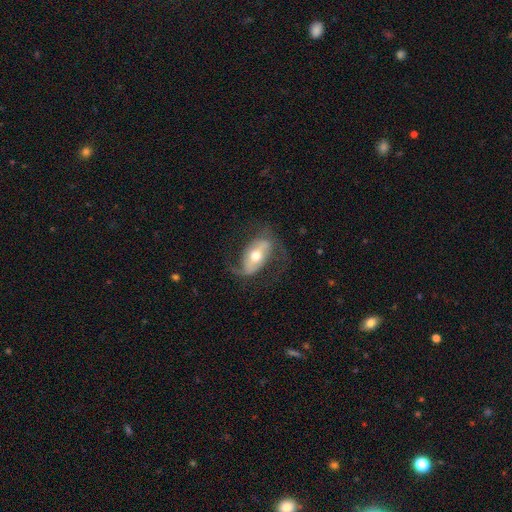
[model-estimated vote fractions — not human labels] The model was most divided on "bar": strong: 41%, weak: 33%, no: 25%. Remaining: edge-on disk — no (93%); spiral arms — yes (87%); spiral arm count — 2 (86%); smooth or featured — featured or disk (76%); bulge size — moderate (71%); merging — none (64%); spiral winding — loose (49%).